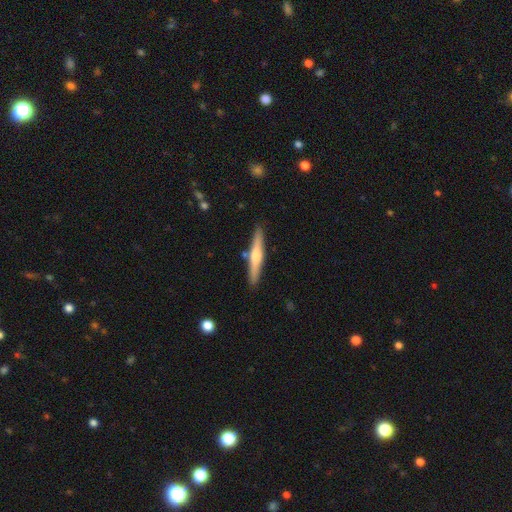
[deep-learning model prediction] Morphology: type=featured or disk (58%); edge-on=yes (96%); edge-on bulge=rounded (86%); merging=none (87%).